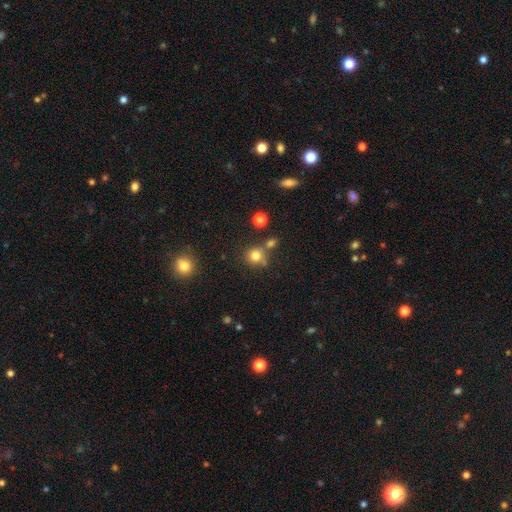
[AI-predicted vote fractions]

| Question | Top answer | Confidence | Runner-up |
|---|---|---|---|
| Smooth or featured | smooth | 78% | star or artifact (14%) |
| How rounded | round | 87% | in between (12%) |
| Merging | none | 65% | merger (17%) |